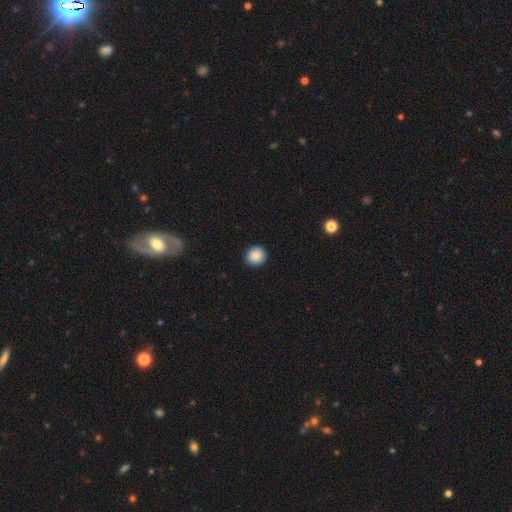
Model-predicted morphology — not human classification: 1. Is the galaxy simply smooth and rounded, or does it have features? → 86% smooth, 9% star or artifact, 5% featured or disk.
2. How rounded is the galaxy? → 91% round, 8% in between, 1% cigar-shaped.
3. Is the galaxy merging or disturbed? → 91% none, 6% minor disturbance, 2% major disturbance, 1% merger.